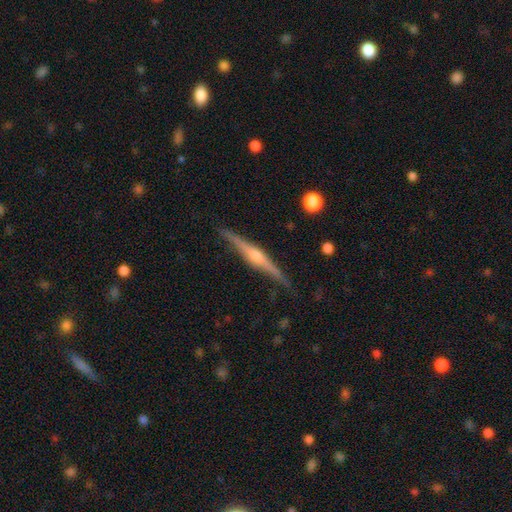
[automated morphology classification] Smooth or featured?
  - featured or disk: 81% *
  - smooth: 13%
  - star or artifact: 5%
Edge-on disk?
  - yes: 98% *
  - no: 2%
Edge-on bulge?
  - rounded: 86% *
  - boxy: 8%
  - none: 6%
Merging?
  - none: 87% *
  - minor disturbance: 10%
  - major disturbance: 2%
  - merger: 1%